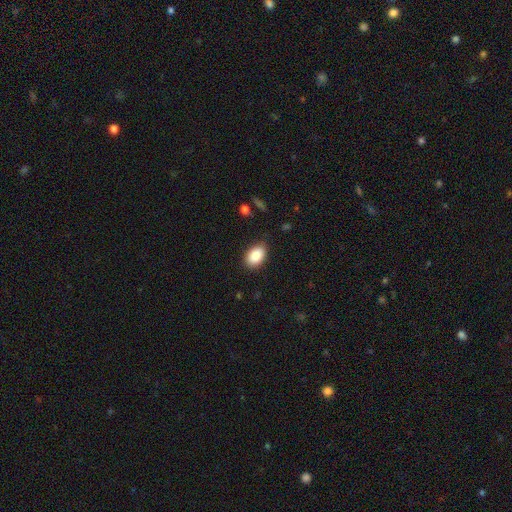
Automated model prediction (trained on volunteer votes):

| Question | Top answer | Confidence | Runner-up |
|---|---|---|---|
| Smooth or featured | smooth | 88% | star or artifact (7%) |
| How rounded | in between | 87% | round (12%) |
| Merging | none | 84% | minor disturbance (12%) |